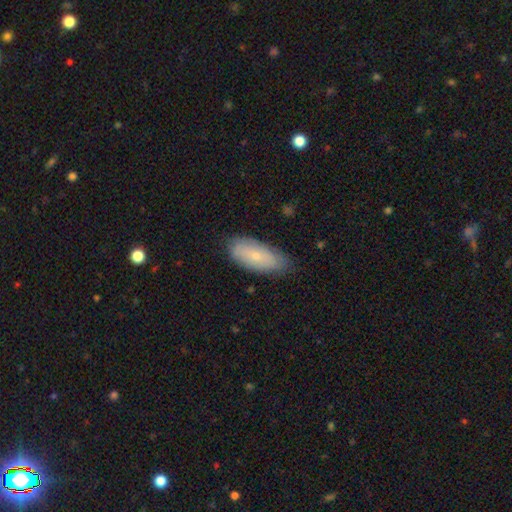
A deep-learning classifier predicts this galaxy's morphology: A smooth galaxy with no disk features (63%) that is in between round and cigar-shaped (85%). Merging: none (73%).